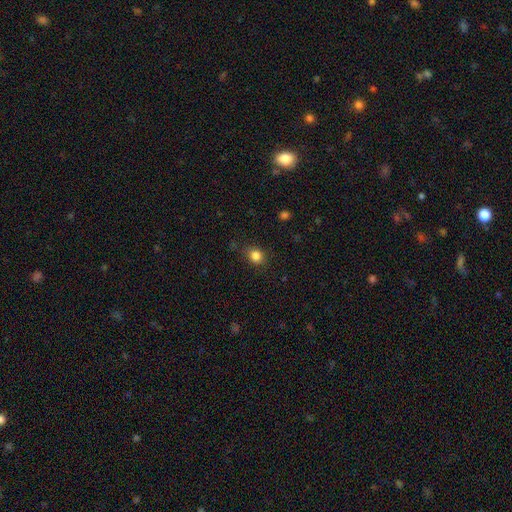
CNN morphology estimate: Q: Smooth or featured?
A: smooth (84%); runner-up: star or artifact (12%)
Q: How rounded?
A: round (70%); runner-up: in between (29%)
Q: Merging?
A: none (82%); runner-up: minor disturbance (13%)